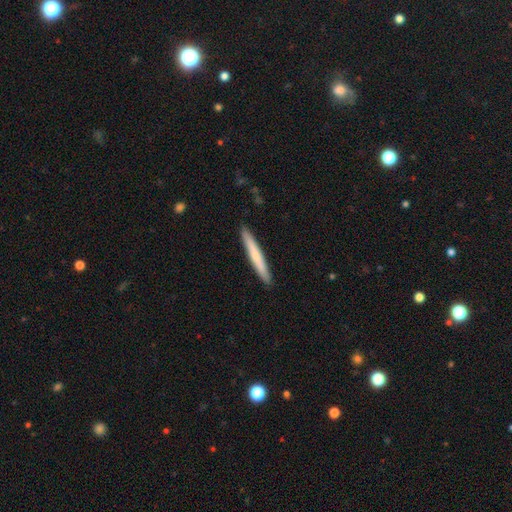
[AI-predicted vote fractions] smooth 60%, featured or disk 35%, star or artifact 5%. Down the decision tree: how rounded — cigar-shaped (96%); merging — none (92%).